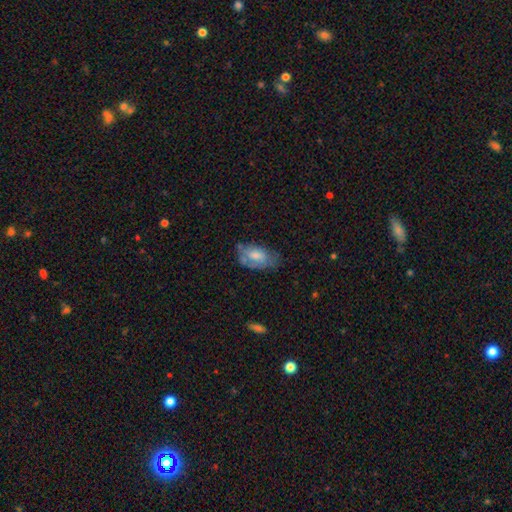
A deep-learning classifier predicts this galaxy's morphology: smooth 63%, featured or disk 30%, star or artifact 7%. Down the decision tree: how rounded — in between (92%); merging — none (49%).